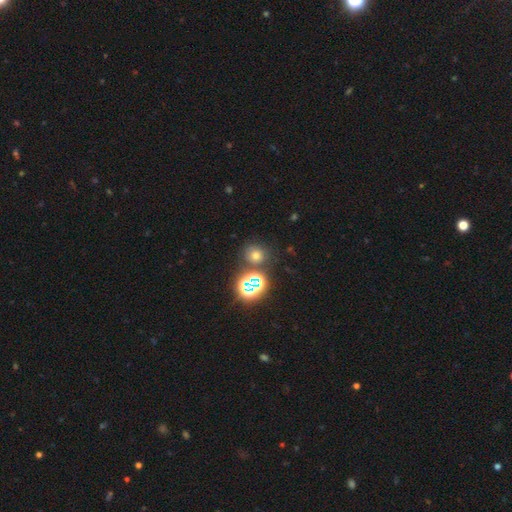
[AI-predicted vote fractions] smooth-or-featured: smooth: 56% | star or artifact: 34% | featured or disk: 10%
  how-rounded: round: 84% | in between: 15% | cigar-shaped: 1%
  merging: none: 76% | minor disturbance: 10% | merger: 10% | major disturbance: 4%